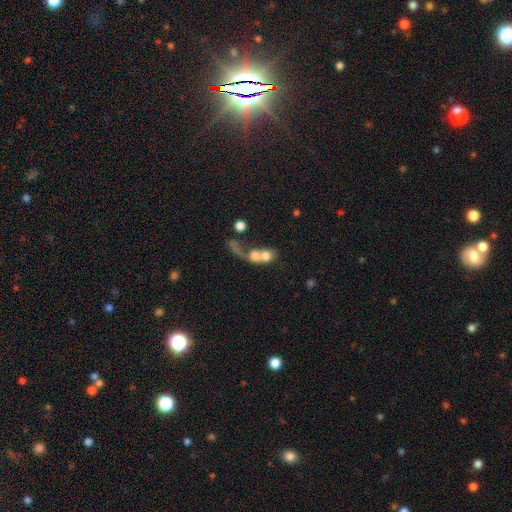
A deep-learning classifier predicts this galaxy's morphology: The model was most divided on "smooth or featured": smooth: 56%, featured or disk: 33%, star or artifact: 12%. More confident: merging — merger (70%); how rounded — round (61%).